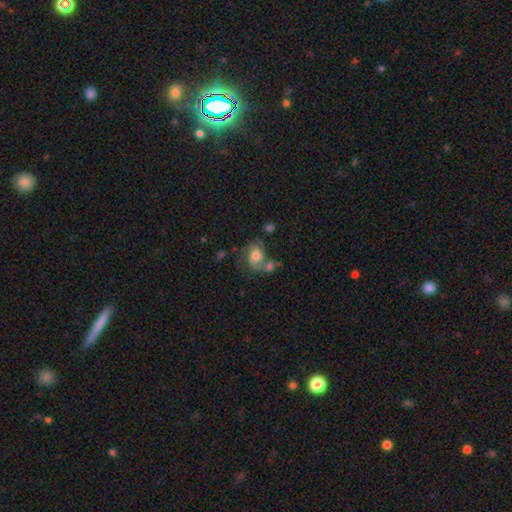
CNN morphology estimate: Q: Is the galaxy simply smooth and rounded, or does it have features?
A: featured or disk — 53%.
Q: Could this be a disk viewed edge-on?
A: no — 97%.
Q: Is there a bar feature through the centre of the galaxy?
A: no — 70%.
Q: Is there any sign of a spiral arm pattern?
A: yes — 82%.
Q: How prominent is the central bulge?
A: moderate — 57%.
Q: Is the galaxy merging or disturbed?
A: none — 35%.